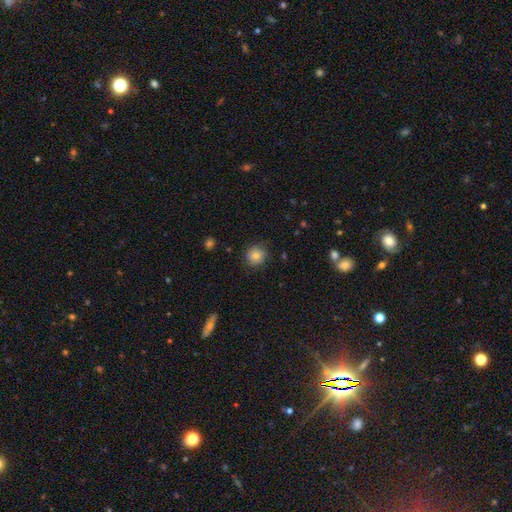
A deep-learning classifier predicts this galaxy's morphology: type=smooth (83%); roundness=round (85%); merging=none (80%).